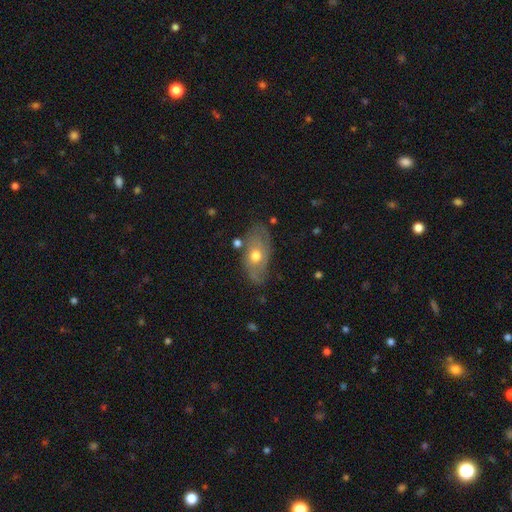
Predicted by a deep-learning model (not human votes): This is possibly a featured or disk galaxy (50%). Merging: likely none (64%).